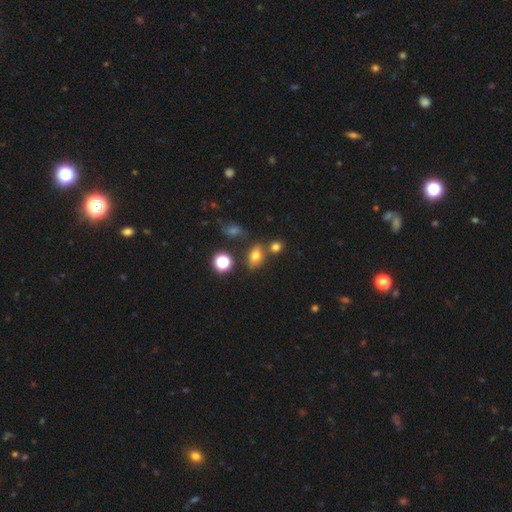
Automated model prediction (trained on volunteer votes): The model was most divided on "how rounded": in between: 72%, round: 25%, cigar-shaped: 3%. More confident: smooth or featured — smooth (70%); merging — none (65%).